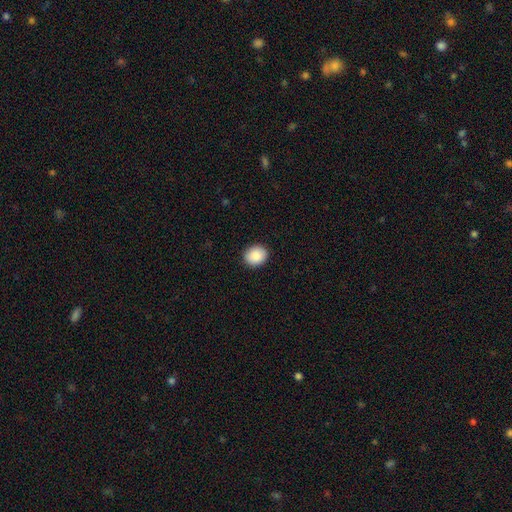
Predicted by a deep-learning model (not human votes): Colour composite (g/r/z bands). It shows a smooth galaxy with no disk features (89%) that is round (65%). Merging: none (91%).